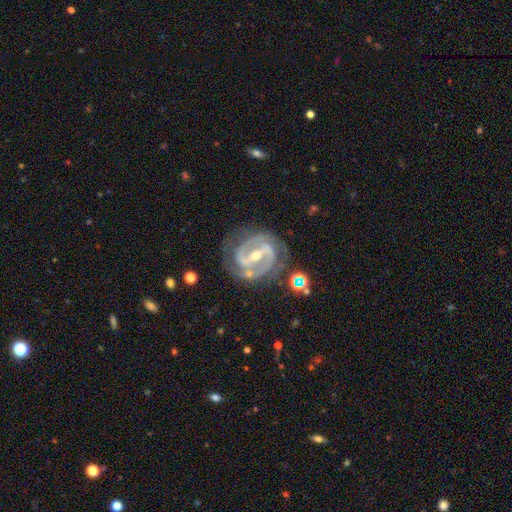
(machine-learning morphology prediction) Smooth or featured? Predicted: featured or disk (p=0.91). Edge-on disk? Predicted: no (p=0.97). Bar? Predicted: strong (p=0.68). Spiral arms? Predicted: yes (p=0.98). Spiral winding? Predicted: tight (p=0.51). Spiral arm count? Predicted: 2 (p=0.86). Bulge size? Predicted: small (p=0.49). Merging? Predicted: none (p=0.78).